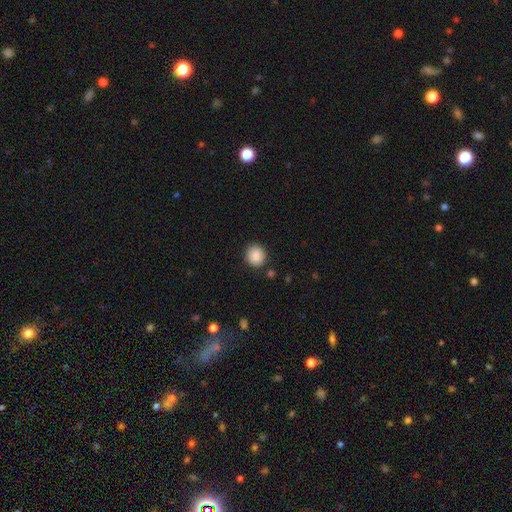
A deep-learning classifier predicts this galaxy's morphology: type=smooth (88%); roundness=round (84%); merging=none (88%).